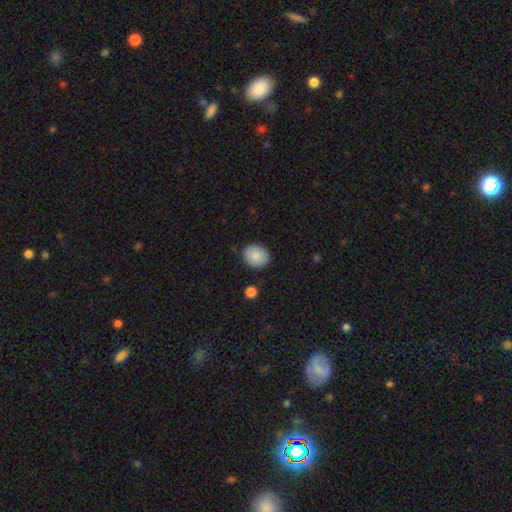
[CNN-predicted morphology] Smooth or featured? Predicted: smooth (p=0.85). How rounded? Predicted: round (p=0.66). Merging? Predicted: none (p=0.86).